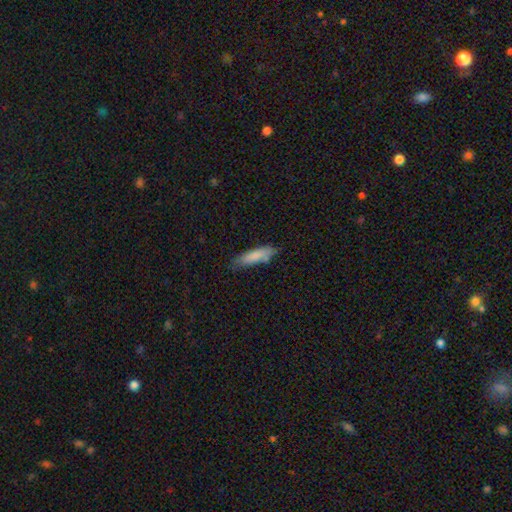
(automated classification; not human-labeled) A smooth galaxy with no disk features (83%) that is cigar-shaped (64%). Merging: none (71%).